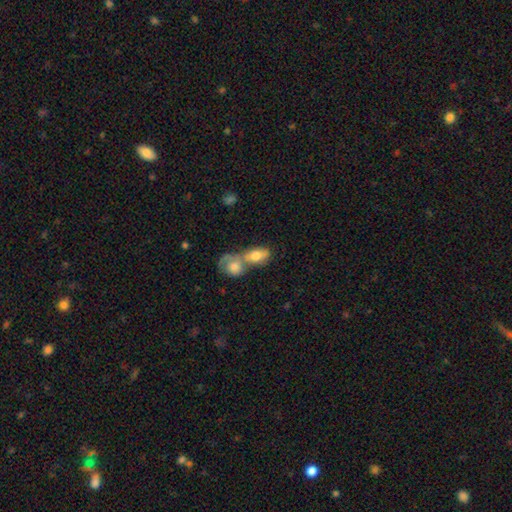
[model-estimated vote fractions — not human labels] Smooth or featured: smooth — 68% (featured or disk — 24%)
How rounded: in between — 81% (round — 12%)
Merging: merger — 67% (none — 21%)